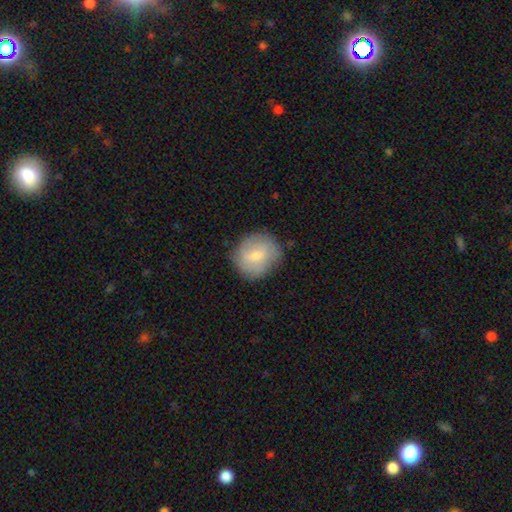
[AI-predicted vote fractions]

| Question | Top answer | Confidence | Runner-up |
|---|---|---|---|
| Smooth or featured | smooth | 62% | featured or disk (31%) |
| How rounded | round | 77% | in between (22%) |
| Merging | none | 75% | minor disturbance (18%) |